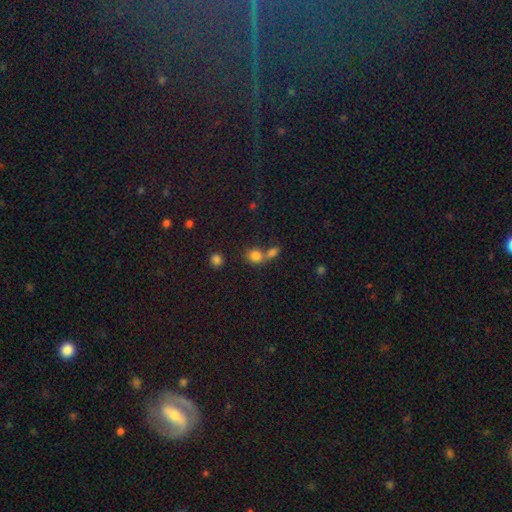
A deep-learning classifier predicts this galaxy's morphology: Q: Smooth or featured?
A: smooth (80%); runner-up: star or artifact (13%)
Q: How rounded?
A: round (64%); runner-up: in between (34%)
Q: Merging?
A: merger (48%); runner-up: none (39%)